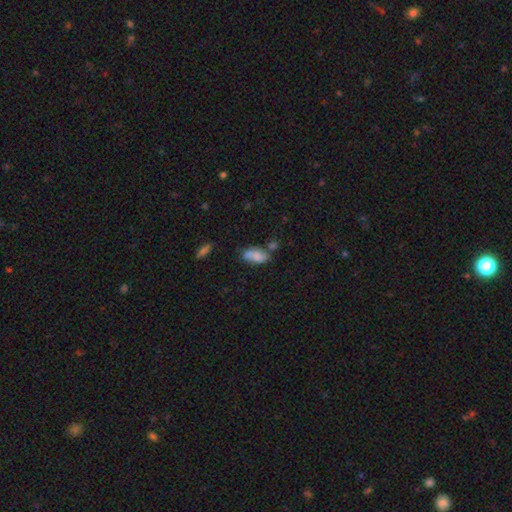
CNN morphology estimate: Q: Smooth or featured?
A: smooth (68%); runner-up: featured or disk (23%)
Q: How rounded?
A: in between (89%); runner-up: cigar-shaped (7%)
Q: Merging?
A: none (47%); runner-up: minor disturbance (24%)